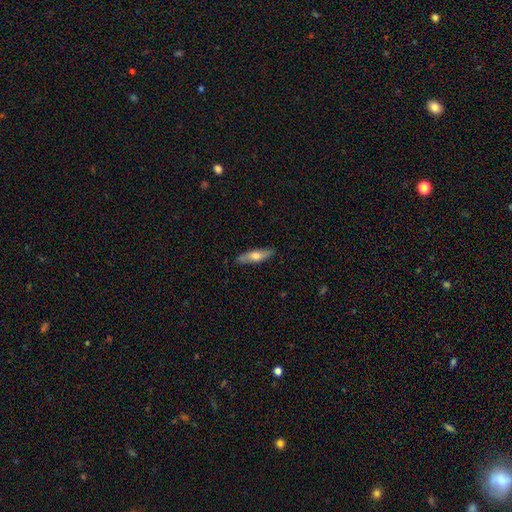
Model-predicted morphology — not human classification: type=smooth (55%); roundness=cigar-shaped (66%); merging=none (87%).